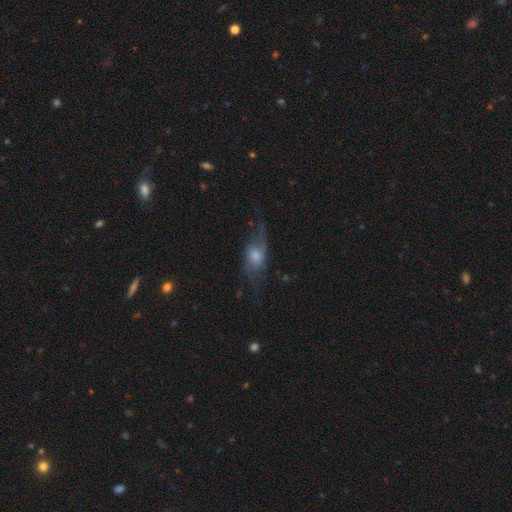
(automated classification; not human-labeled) Smooth or featured?
  - featured or disk: 54% *
  - smooth: 37%
  - star or artifact: 9%
Edge-on disk?
  - no: 81% *
  - yes: 19%
Merging?
  - none: 49% *
  - major disturbance: 26%
  - minor disturbance: 23%
  - merger: 2%